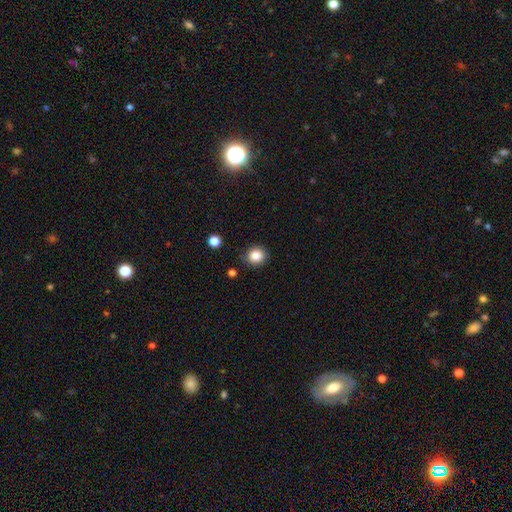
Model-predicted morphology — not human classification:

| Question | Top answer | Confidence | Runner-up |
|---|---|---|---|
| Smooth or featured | smooth | 86% | star or artifact (10%) |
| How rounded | round | 86% | in between (13%) |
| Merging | none | 86% | minor disturbance (9%) |